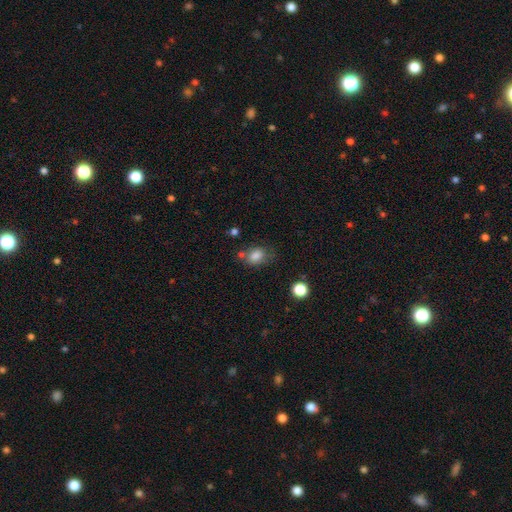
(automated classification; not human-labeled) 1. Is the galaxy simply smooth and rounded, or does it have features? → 80% smooth, 11% star or artifact, 9% featured or disk.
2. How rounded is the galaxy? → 66% in between, 33% round, 1% cigar-shaped.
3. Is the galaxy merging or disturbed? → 55% none, 23% minor disturbance, 14% merger, 9% major disturbance.